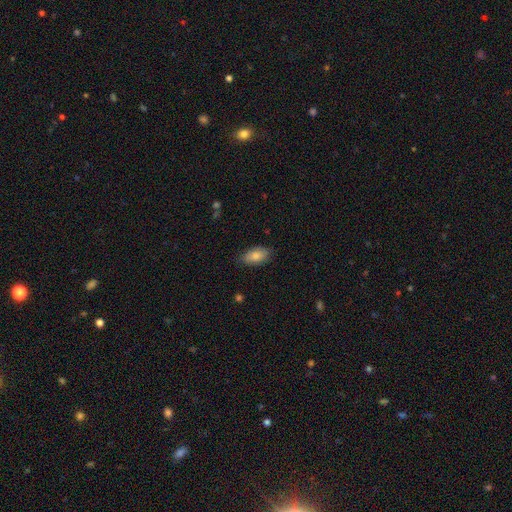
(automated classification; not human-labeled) The model was most divided on "merging": none: 83%, minor disturbance: 13%, major disturbance: 3%, merger: 1%. More confident: how rounded — in between (92%); smooth or featured — smooth (83%).